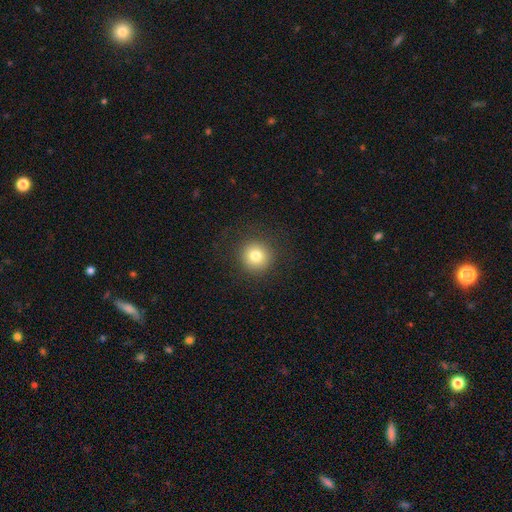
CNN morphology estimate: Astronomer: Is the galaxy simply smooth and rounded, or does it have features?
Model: smooth — 80%.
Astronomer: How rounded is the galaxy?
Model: round — 95%.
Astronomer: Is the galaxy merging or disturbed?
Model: none — 90%.